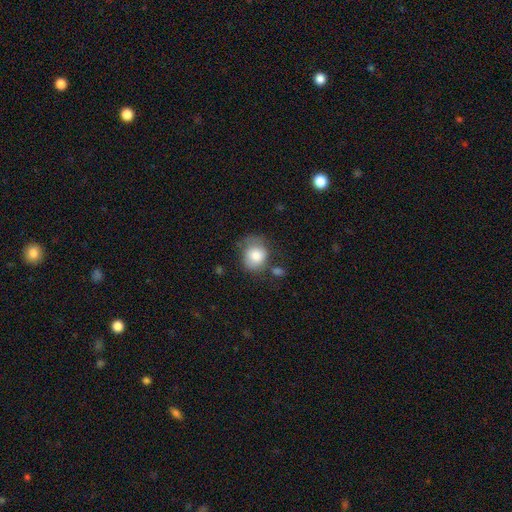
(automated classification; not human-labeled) smooth 79%, featured or disk 13%, star or artifact 8%. Down the decision tree: how rounded — round (68%); merging — none (47%).